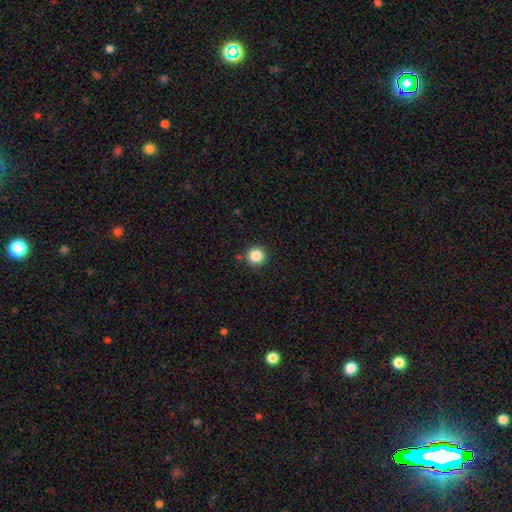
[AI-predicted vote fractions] Q: Smooth or featured?
A: smooth (85%); runner-up: star or artifact (11%)
Q: How rounded?
A: round (95%); runner-up: in between (4%)
Q: Merging?
A: none (89%); runner-up: minor disturbance (7%)